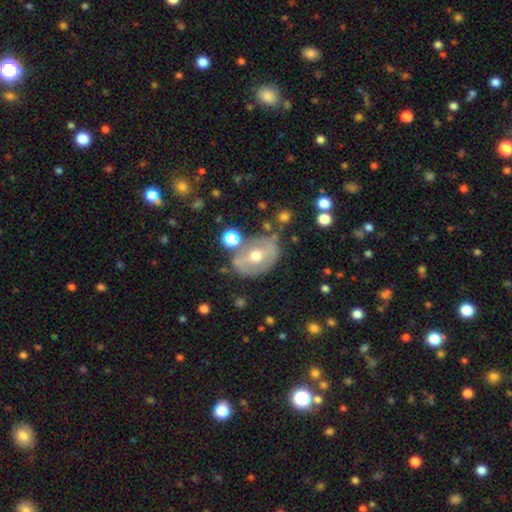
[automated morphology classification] type=featured or disk (52%); edge-on=no (93%); merging=none (66%).